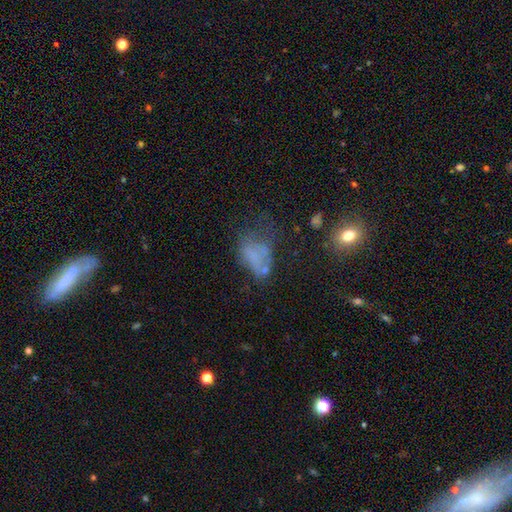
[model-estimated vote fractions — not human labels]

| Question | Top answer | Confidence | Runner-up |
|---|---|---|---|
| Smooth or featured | smooth | 50% | featured or disk (31%) |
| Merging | major disturbance | 38% | none (28%) |